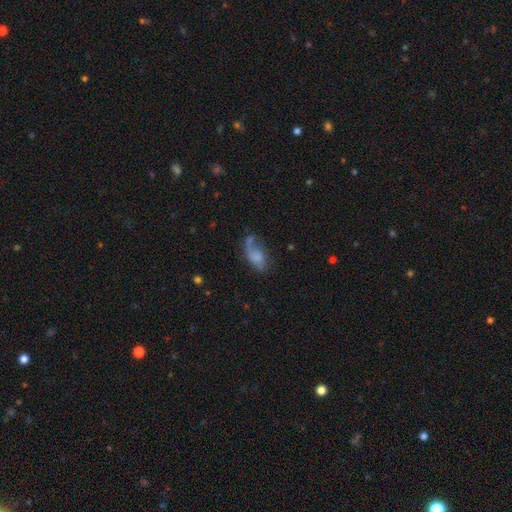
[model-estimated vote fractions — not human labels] Smooth or featured? Predicted: smooth (p=0.56). How rounded? Predicted: in between (p=0.87). Merging? Predicted: none (p=0.35).